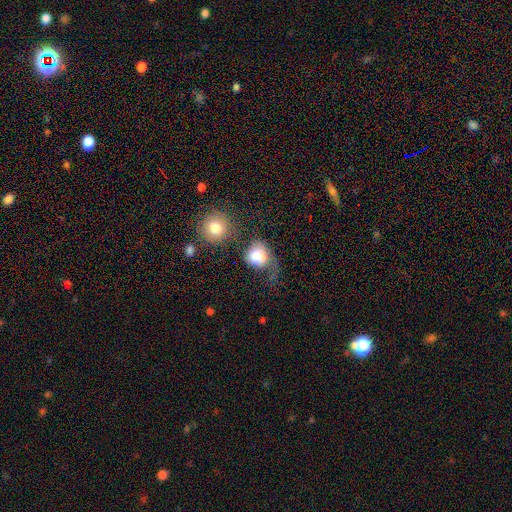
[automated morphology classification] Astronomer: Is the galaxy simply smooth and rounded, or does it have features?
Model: smooth — 71%.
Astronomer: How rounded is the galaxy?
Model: round — 71%.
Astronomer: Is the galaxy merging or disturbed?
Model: major disturbance — 34% (runner-up: none, 28%).